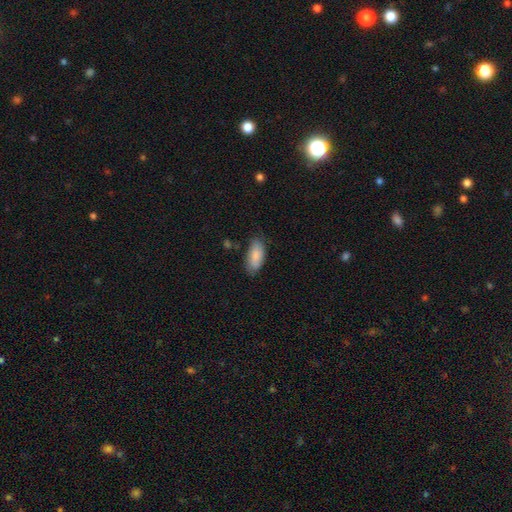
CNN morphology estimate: type=smooth (84%); roundness=in between (89%); merging=none (75%).